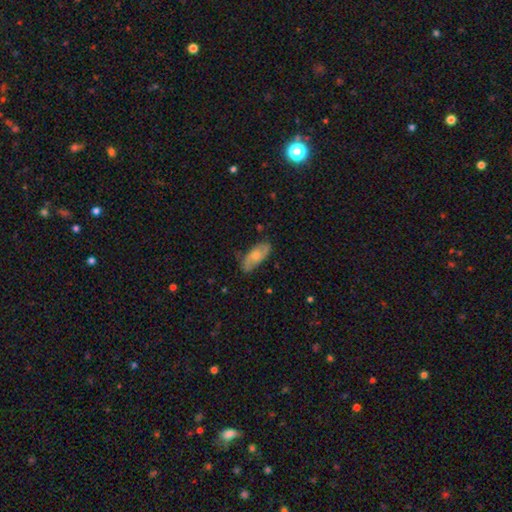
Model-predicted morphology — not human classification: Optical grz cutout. It shows a smooth galaxy with no disk features (54%) that is in between round and cigar-shaped (84%). Merging: none (73%).